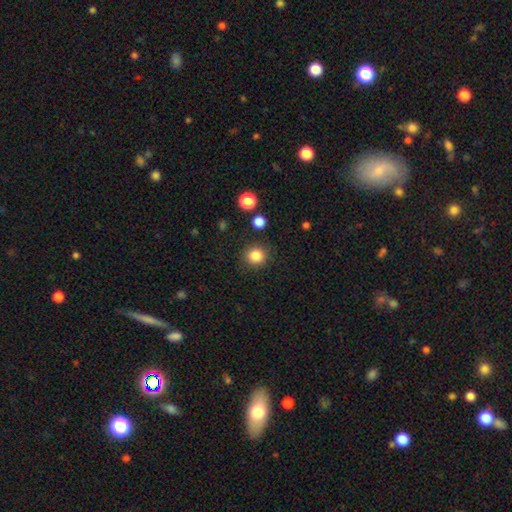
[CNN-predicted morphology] The model was most divided on "smooth or featured": smooth: 85%, star or artifact: 11%, featured or disk: 4%. More confident: how rounded — round (90%); merging — none (87%).